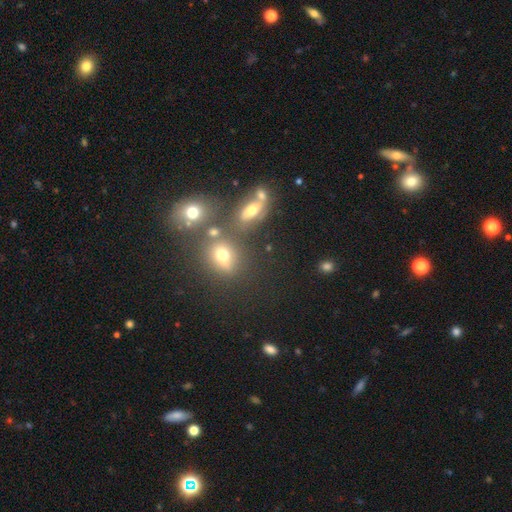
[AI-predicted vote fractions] Overall: smooth (49%; star or artifact 38%). Merging: none (57%; merger 29%).